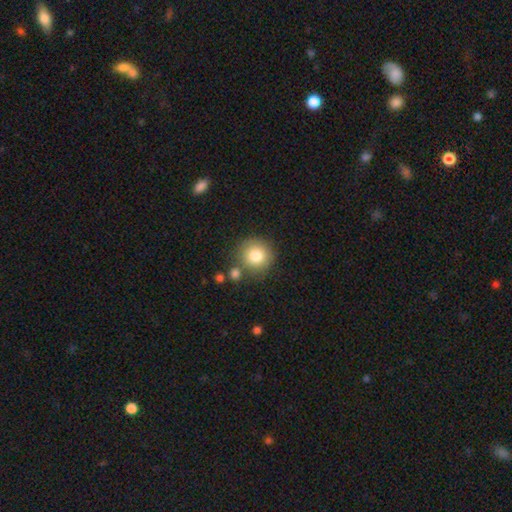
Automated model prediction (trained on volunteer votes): Smooth or featured?
  - smooth: 81% *
  - star or artifact: 10%
  - featured or disk: 9%
How rounded?
  - round: 93% *
  - in between: 6%
  - cigar-shaped: 1%
Merging?
  - none: 74% *
  - merger: 12%
  - minor disturbance: 11%
  - major disturbance: 4%